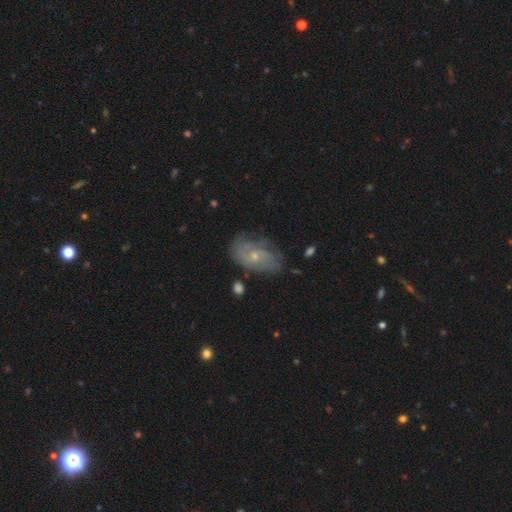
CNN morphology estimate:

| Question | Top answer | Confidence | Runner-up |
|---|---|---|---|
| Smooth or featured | featured or disk | 65% | smooth (28%) |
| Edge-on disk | no | 96% | yes (4%) |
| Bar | no | 78% | weak (19%) |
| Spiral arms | yes | 78% | no (22%) |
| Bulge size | small | 69% | moderate (27%) |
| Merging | none | 60% | minor disturbance (26%) |